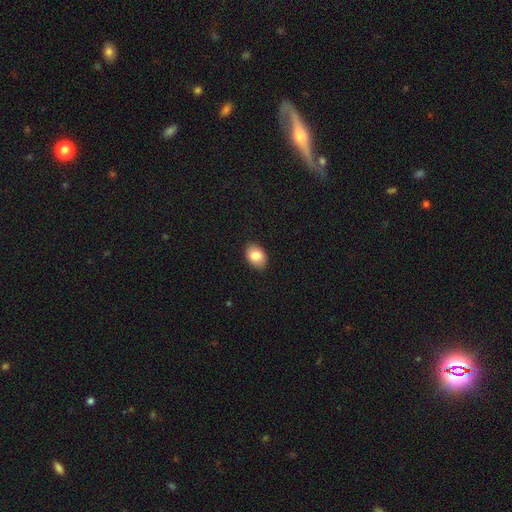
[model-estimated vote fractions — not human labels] Smooth or featured: smooth — 84% (featured or disk — 8%)
How rounded: in between — 81% (round — 18%)
Merging: none — 89% (minor disturbance — 8%)